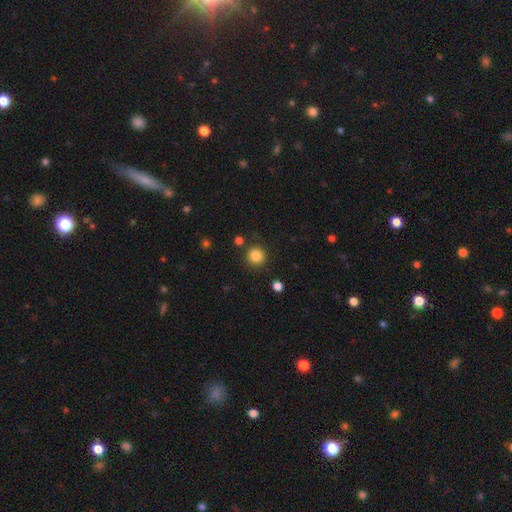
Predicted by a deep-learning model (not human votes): Smooth or featured? Predicted: smooth (p=0.84). How rounded? Predicted: round (p=0.93). Merging? Predicted: none (p=0.88).